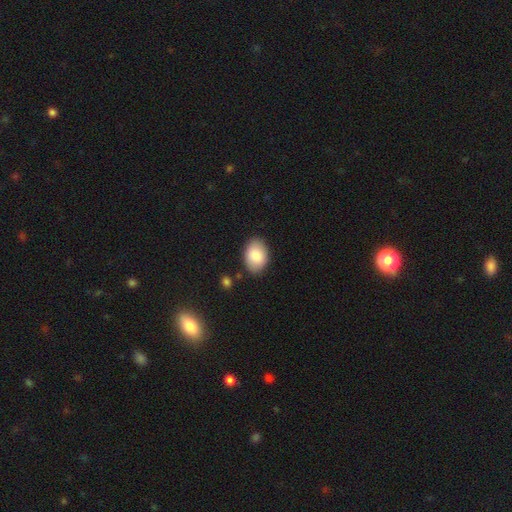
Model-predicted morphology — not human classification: smooth 86%, featured or disk 8%, star or artifact 6%. Down the decision tree: how rounded — in between (87%); merging — none (84%).